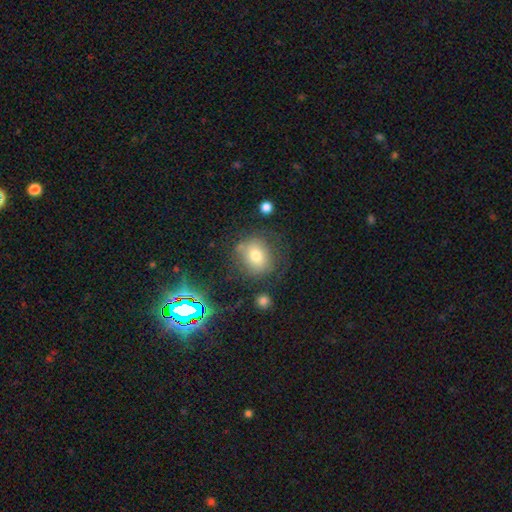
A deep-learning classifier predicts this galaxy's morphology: type=smooth (69%); roundness=round (69%); merging=none (66%).